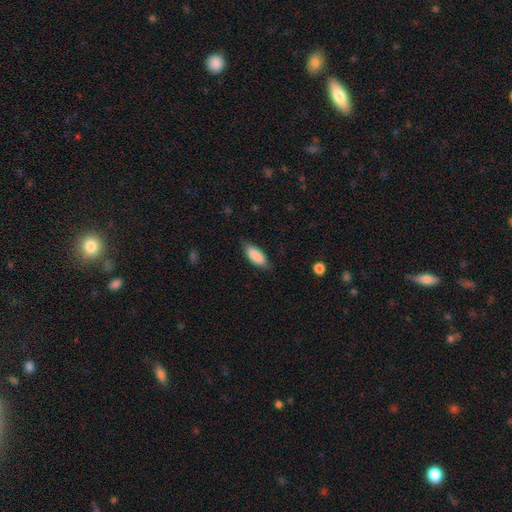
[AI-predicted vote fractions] Smooth or featured?
  - smooth: 86% *
  - featured or disk: 8%
  - star or artifact: 6%
How rounded?
  - in between: 77% *
  - cigar-shaped: 21%
  - round: 2%
Merging?
  - none: 76% *
  - minor disturbance: 19%
  - major disturbance: 4%
  - merger: 1%